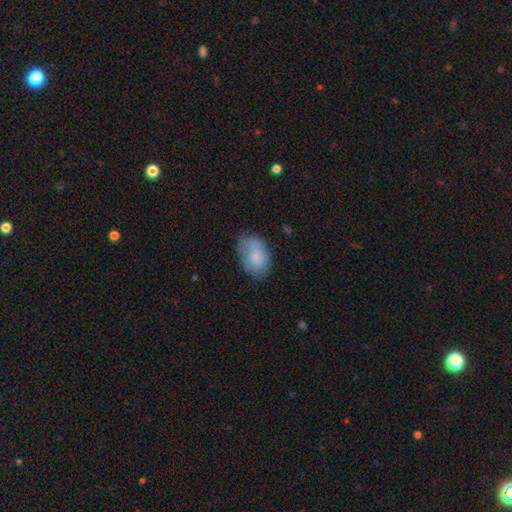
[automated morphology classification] The model was most divided on "merging": none: 63%, minor disturbance: 28%, major disturbance: 8%, merger: 2%. More confident: how rounded — in between (87%); smooth or featured — smooth (79%).